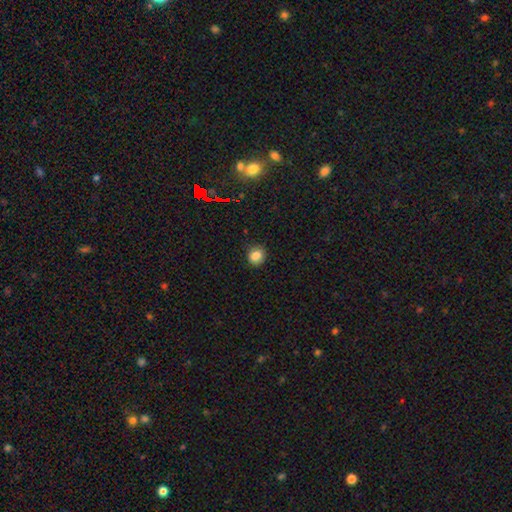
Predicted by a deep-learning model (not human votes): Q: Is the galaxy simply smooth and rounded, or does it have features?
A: smooth — 83%.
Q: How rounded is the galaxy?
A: round — 76%.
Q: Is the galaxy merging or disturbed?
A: none — 85%.